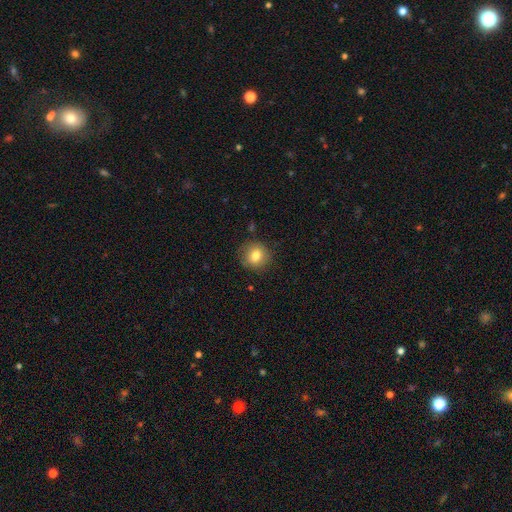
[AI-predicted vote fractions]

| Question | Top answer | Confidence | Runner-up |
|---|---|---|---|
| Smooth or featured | smooth | 80% | featured or disk (10%) |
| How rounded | round | 87% | in between (12%) |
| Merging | none | 84% | minor disturbance (12%) |